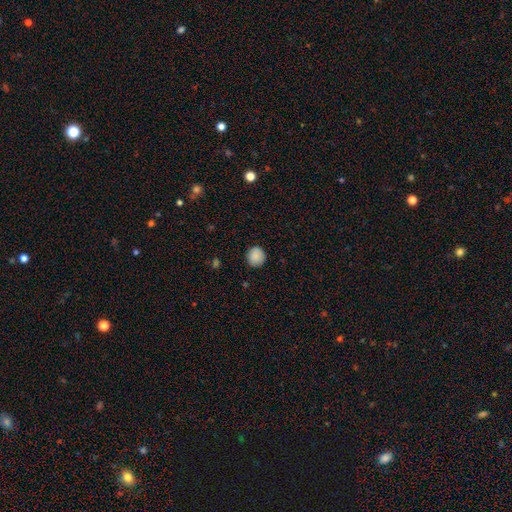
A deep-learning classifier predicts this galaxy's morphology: type=smooth (87%); roundness=round (88%); merging=none (86%).